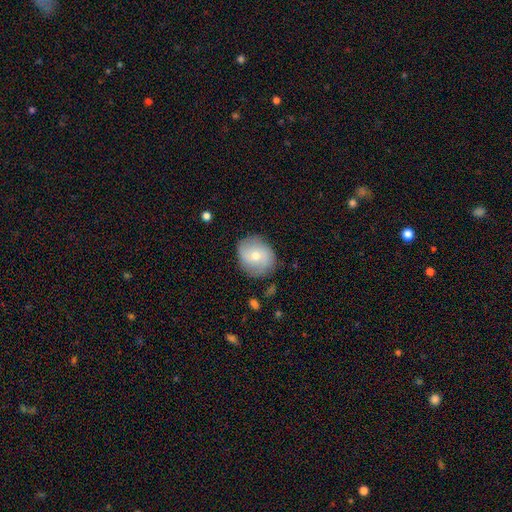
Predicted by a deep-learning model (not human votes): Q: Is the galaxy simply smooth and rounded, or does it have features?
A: smooth — 54%.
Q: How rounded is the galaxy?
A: round — 77%.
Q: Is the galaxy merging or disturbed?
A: none — 81%.